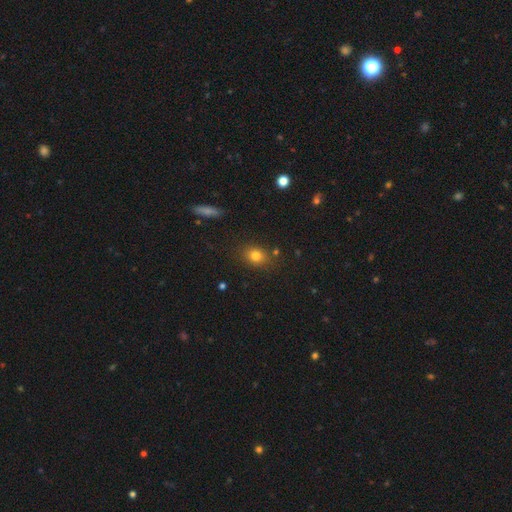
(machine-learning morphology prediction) smooth 78%, star or artifact 13%, featured or disk 9%. Down the decision tree: how rounded — round (52%); merging — none (82%).